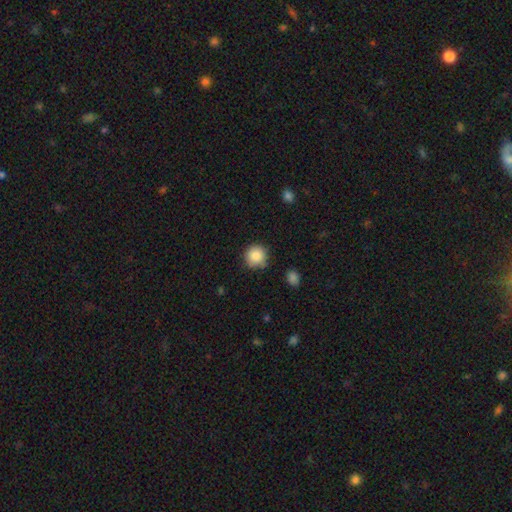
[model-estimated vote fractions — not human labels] Overall: smooth (86%). How rounded: round (93%). Merging: none (81%).